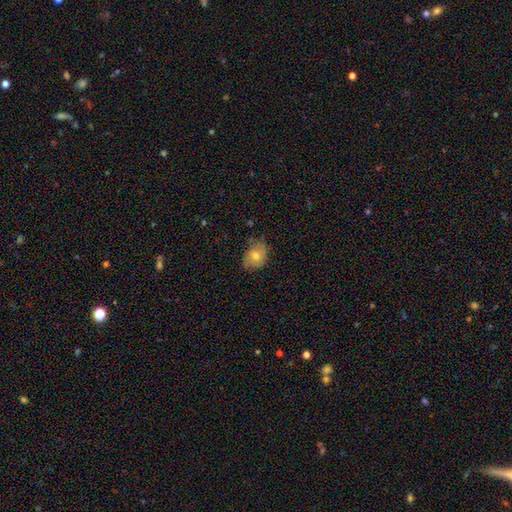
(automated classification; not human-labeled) Smooth or featured? smooth (60%)
How rounded? in between (63%)
Merging? none (64%)